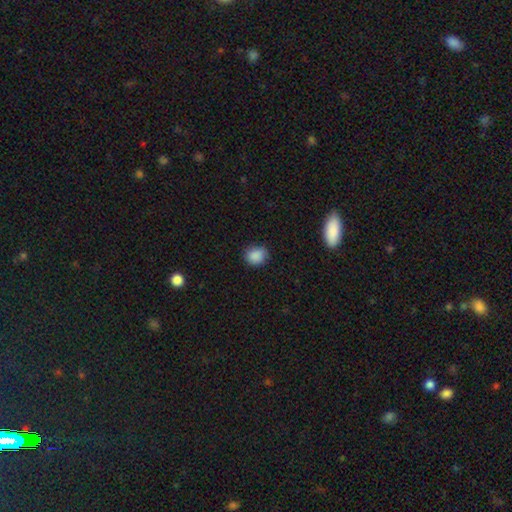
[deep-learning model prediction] Smooth or featured: smooth — 87% (star or artifact — 9%)
How rounded: round — 70% (in between — 29%)
Merging: none — 81% (minor disturbance — 15%)